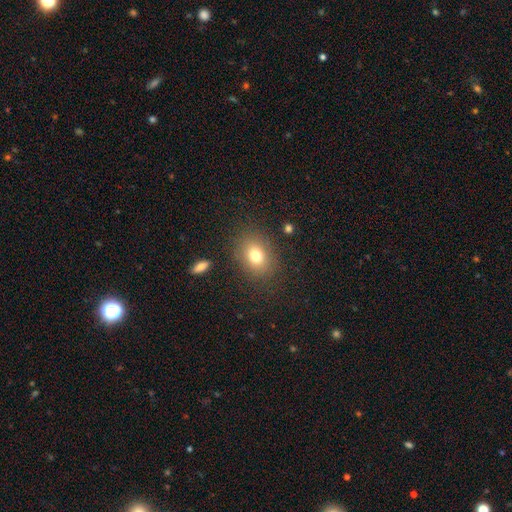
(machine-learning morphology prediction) A smooth galaxy with no disk features (76%) that is in between round and cigar-shaped (53%). Merging: none (84%).